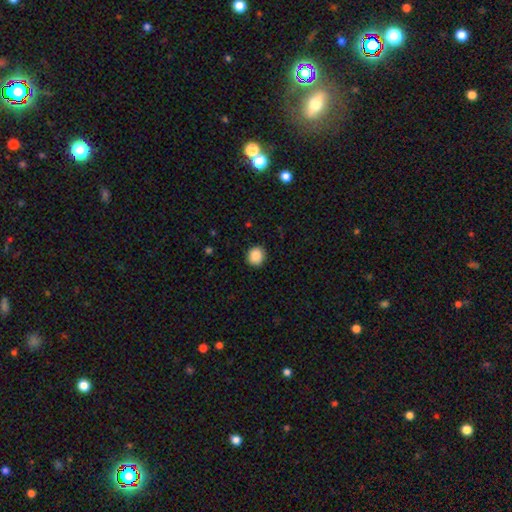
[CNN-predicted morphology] smooth_or_featured: smooth (p=0.88) [alt: star or artifact p=0.09]
how_rounded: round (p=0.86) [alt: in between p=0.13]
merging: none (p=0.90) [alt: minor disturbance p=0.07]